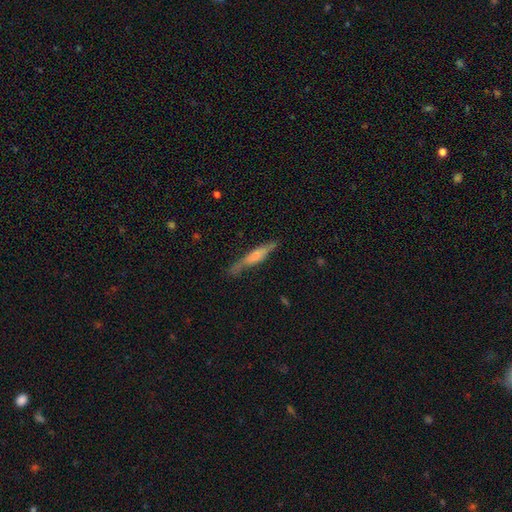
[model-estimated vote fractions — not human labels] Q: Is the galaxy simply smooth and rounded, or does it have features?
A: featured or disk — 49%.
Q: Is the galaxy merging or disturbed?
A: none — 75%.